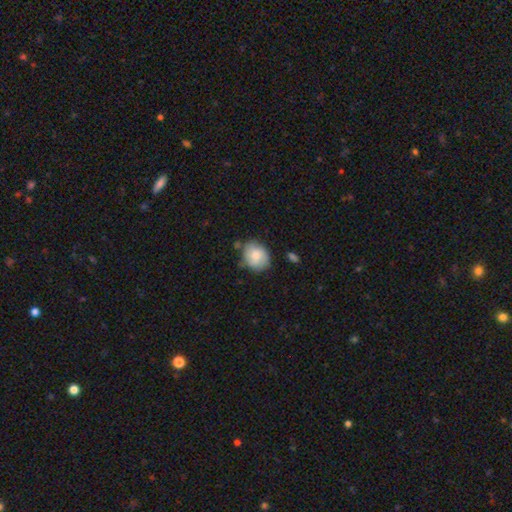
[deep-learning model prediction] This appears to be a smooth galaxy with no disk features (79%) that is round (65%). Merging: none (70%).